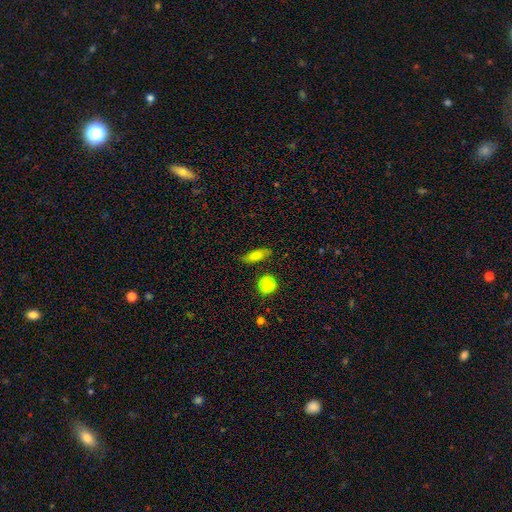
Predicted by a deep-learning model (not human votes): smooth_or_featured: smooth (p=0.76) [alt: featured or disk p=0.12]
how_rounded: in between (p=0.65) [alt: cigar-shaped p=0.28]
merging: none (p=0.80) [alt: minor disturbance p=0.14]